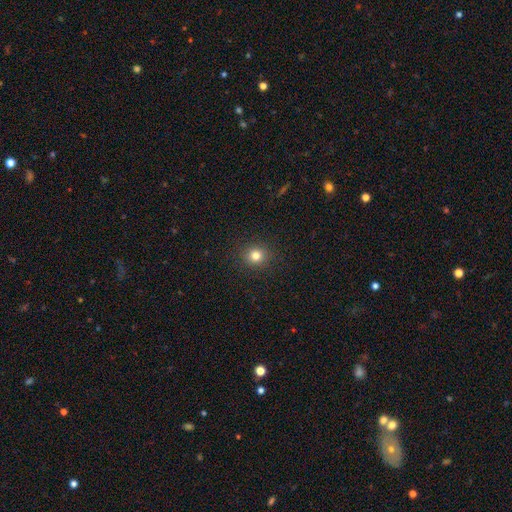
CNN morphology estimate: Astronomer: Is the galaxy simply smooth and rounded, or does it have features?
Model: smooth — 80%.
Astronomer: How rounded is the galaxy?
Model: round — 89%.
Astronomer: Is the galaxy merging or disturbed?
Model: none — 91%.